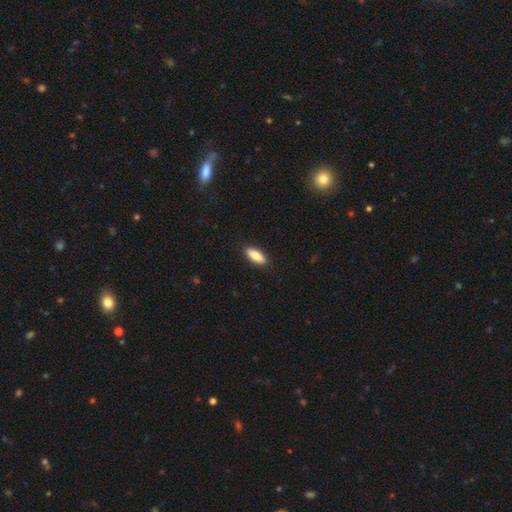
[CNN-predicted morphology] The model was most divided on "how rounded": in between: 73%, cigar-shaped: 25%, round: 2%. More confident: merging — none (89%); smooth or featured — smooth (81%).